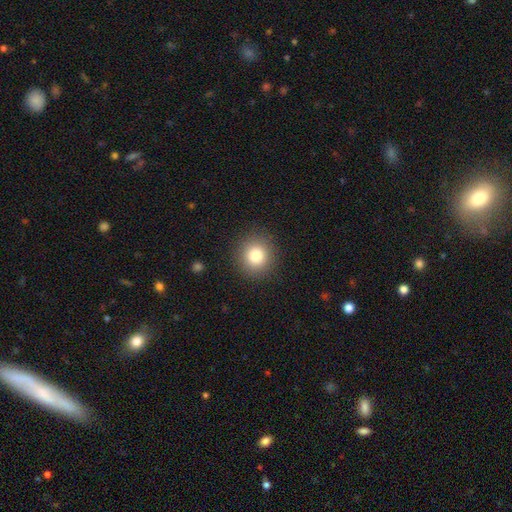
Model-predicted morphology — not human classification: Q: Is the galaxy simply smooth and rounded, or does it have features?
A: smooth — 81%.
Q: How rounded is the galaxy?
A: round — 91%.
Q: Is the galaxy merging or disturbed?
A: none — 90%.